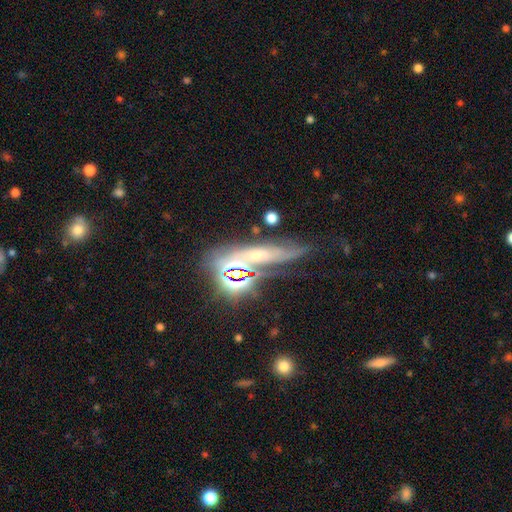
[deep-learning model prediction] The model was most divided on "smooth or featured": star or artifact: 41%, featured or disk: 38%, smooth: 21%.